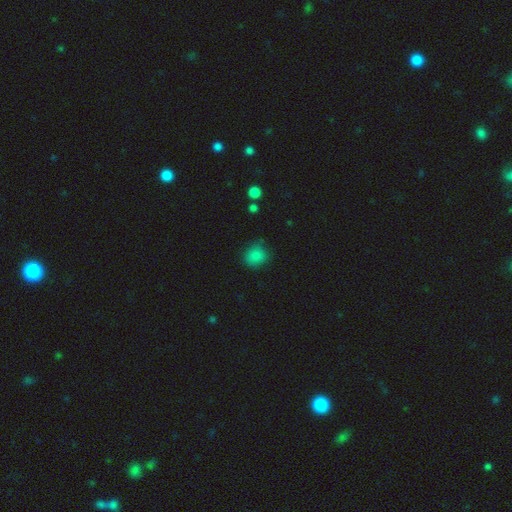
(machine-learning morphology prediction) Smooth or featured?
  - smooth: 83% *
  - star or artifact: 12%
  - featured or disk: 5%
How rounded?
  - round: 74% *
  - in between: 25%
  - cigar-shaped: 1%
Merging?
  - none: 71% *
  - minor disturbance: 22%
  - major disturbance: 5%
  - merger: 2%